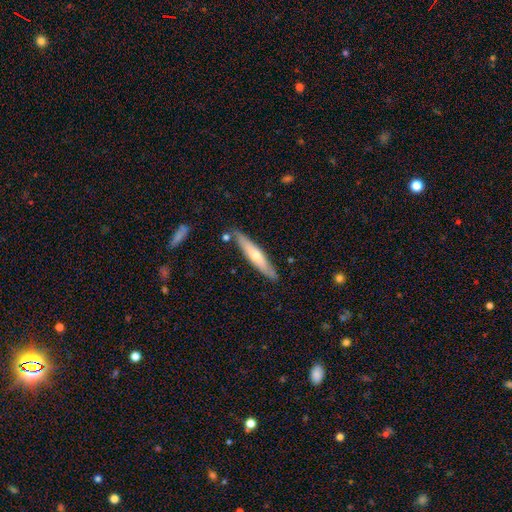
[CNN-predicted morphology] smooth_or_featured: smooth (p=0.48) [alt: featured or disk p=0.47]
merging: none (p=0.84) [alt: minor disturbance p=0.11]